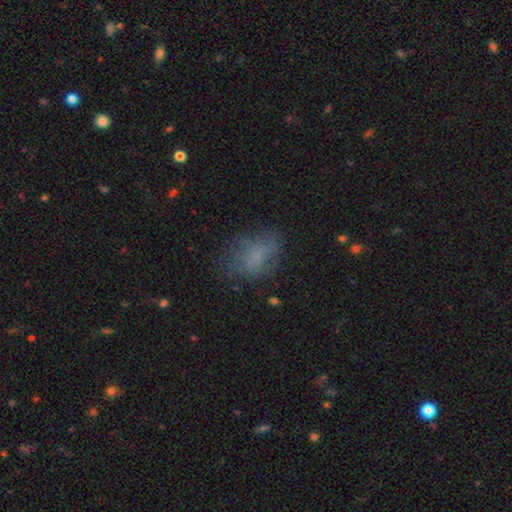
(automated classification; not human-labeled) Smooth or featured: smooth — 67% (featured or disk — 19%)
How rounded: in between — 81% (round — 15%)
Merging: none — 56% (minor disturbance — 24%)